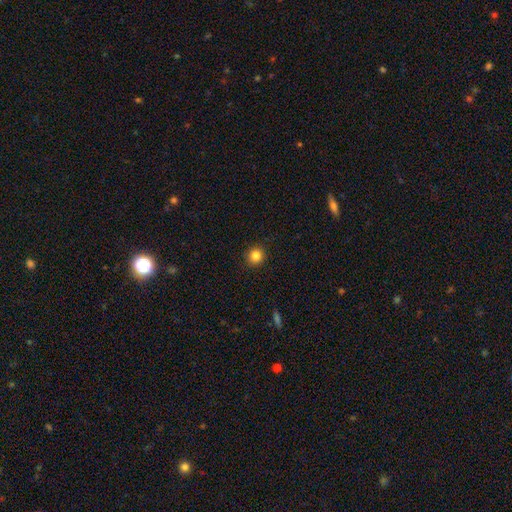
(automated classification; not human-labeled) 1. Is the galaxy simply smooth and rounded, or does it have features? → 84% smooth, 11% star or artifact, 5% featured or disk.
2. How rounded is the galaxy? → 91% round, 8% in between, 1% cigar-shaped.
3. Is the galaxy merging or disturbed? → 92% none, 6% minor disturbance, 2% major disturbance, 1% merger.